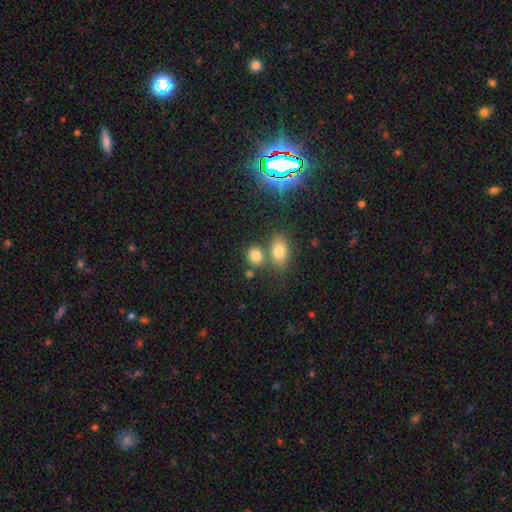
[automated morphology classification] A smooth galaxy with no disk features (79%) that is round (51%).

Vote fractions:
- Smooth or featured? smooth: 79% / star or artifact: 12% / featured or disk: 8%
- How rounded? round: 51% / in between: 47% / cigar-shaped: 2%
- Merging? none: 58% / merger: 28% / minor disturbance: 10% / major disturbance: 4%